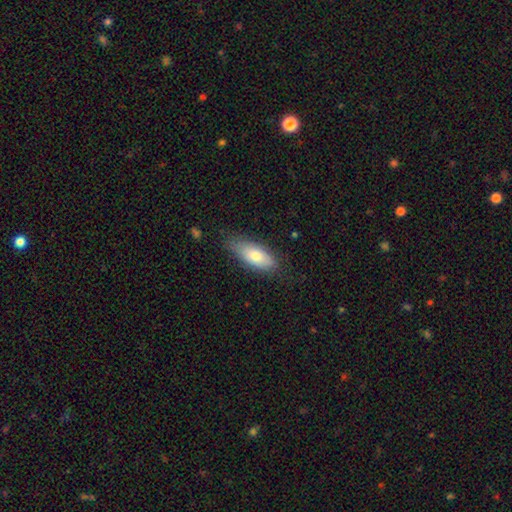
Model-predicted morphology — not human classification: This is likely a smooth galaxy (72%). How rounded: likely in between (78%). Merging: likely none (73%).